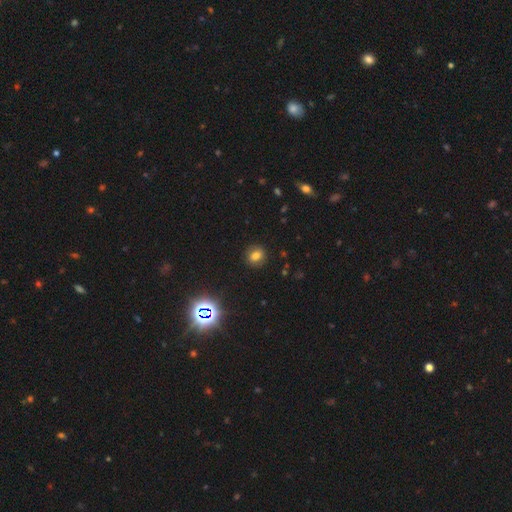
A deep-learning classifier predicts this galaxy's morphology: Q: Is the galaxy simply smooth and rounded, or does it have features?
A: smooth — 72%.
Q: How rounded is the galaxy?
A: round — 71%.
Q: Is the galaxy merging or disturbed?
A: none — 88%.